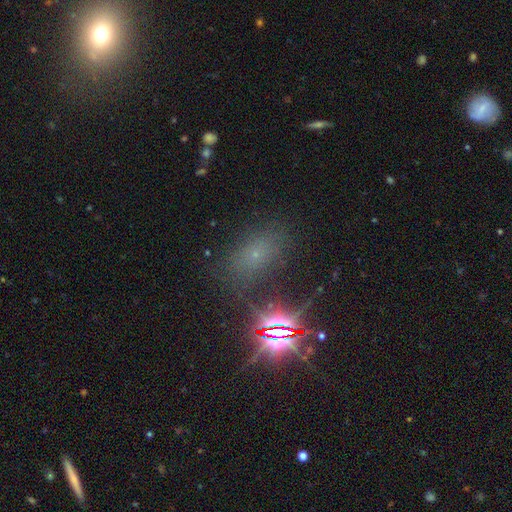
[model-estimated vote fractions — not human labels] Q: Smooth or featured?
A: star or artifact (50%); runner-up: smooth (36%)